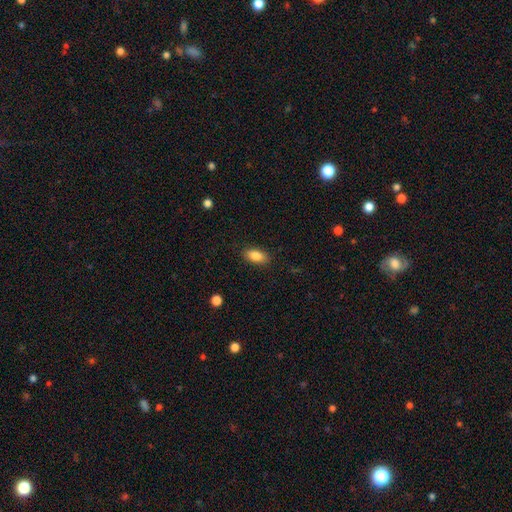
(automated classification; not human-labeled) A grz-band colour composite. It shows a smooth galaxy with no disk features (86%) that is in between round and cigar-shaped (89%). Merging: none (88%).